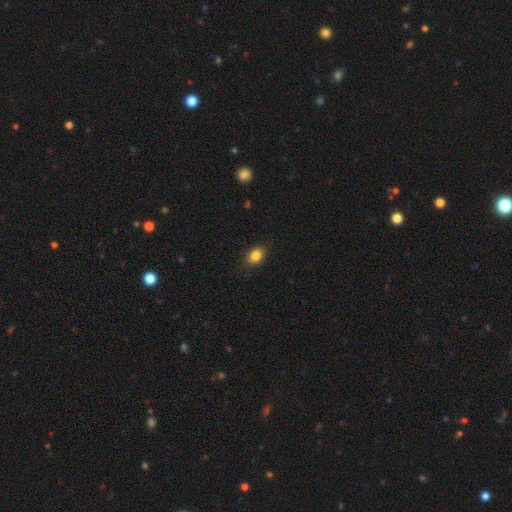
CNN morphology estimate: The model was most divided on "how rounded": in between: 71%, round: 28%, cigar-shaped: 1%. More confident: merging — none (85%); smooth or featured — smooth (85%).